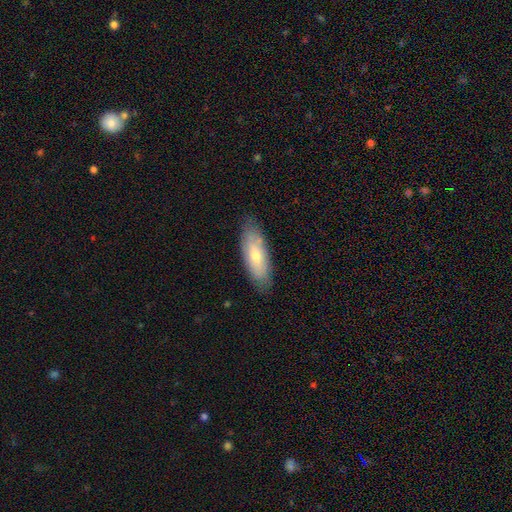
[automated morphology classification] This is likely a smooth galaxy (62%). How rounded: likely in between (74%). Merging: clearly none (81%).